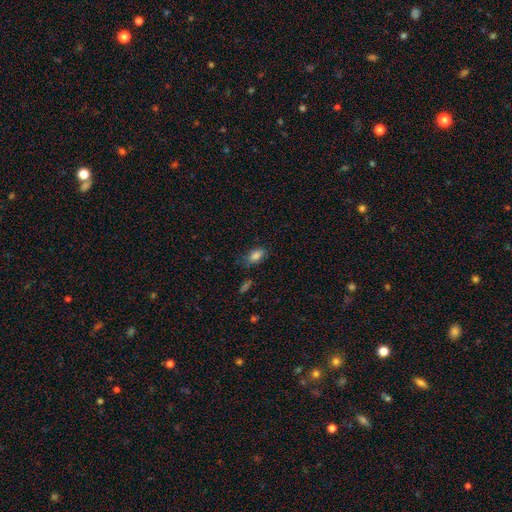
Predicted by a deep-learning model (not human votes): Smooth or featured? Predicted: smooth (p=0.82). How rounded? Predicted: in between (p=0.89). Merging? Predicted: none (p=0.69).